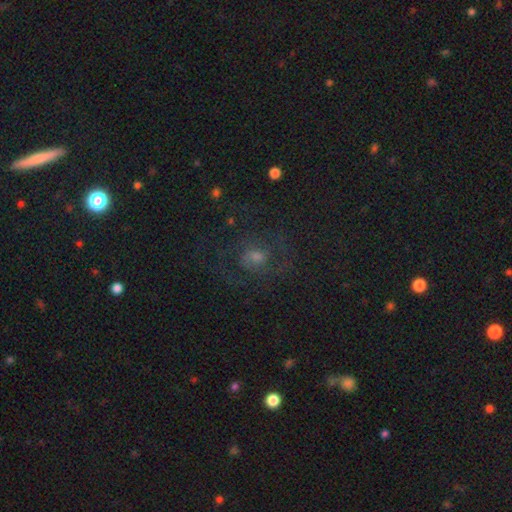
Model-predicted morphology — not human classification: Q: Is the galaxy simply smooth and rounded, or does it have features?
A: star or artifact — 36%.